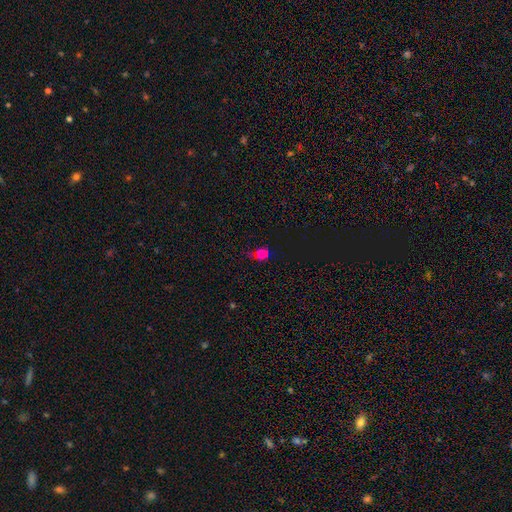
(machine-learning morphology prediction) Smooth or featured? Predicted: smooth (p=0.65). How rounded? Predicted: round (p=0.60). Merging? Predicted: none (p=0.53).